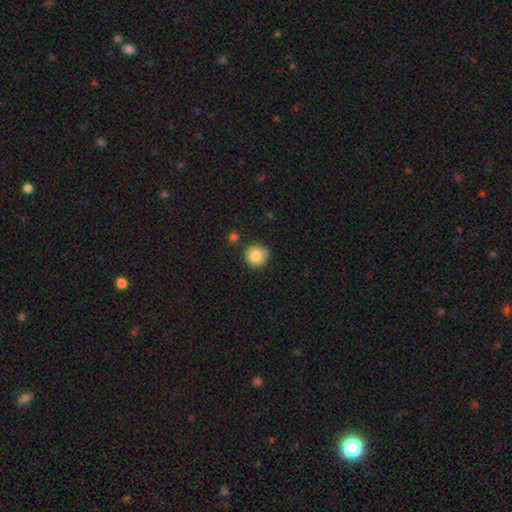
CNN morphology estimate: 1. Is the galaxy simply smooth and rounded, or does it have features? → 84% smooth, 9% star or artifact, 7% featured or disk.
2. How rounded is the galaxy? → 92% round, 7% in between, 1% cigar-shaped.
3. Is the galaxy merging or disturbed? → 78% none, 14% minor disturbance, 6% merger, 3% major disturbance.